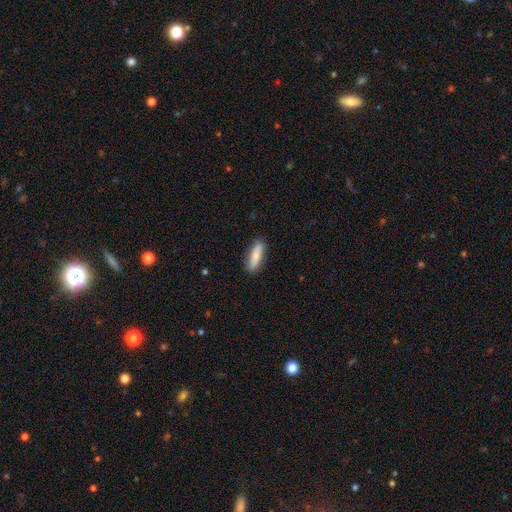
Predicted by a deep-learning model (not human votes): Smooth or featured? Predicted: smooth (p=0.74). How rounded? Predicted: cigar-shaped (p=0.61). Merging? Predicted: none (p=0.87).